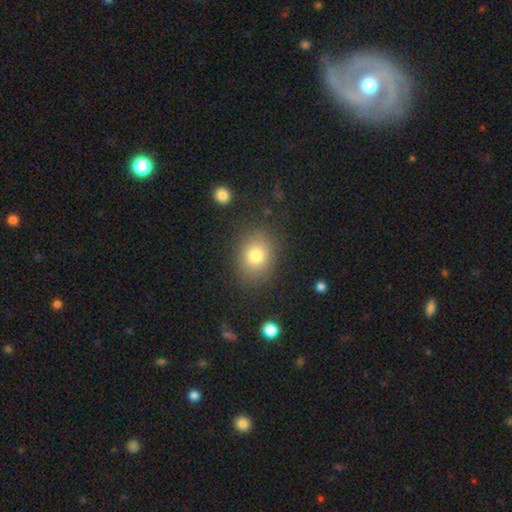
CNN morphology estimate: Smooth or featured?
  - smooth: 79% *
  - star or artifact: 11%
  - featured or disk: 10%
How rounded?
  - round: 54% *
  - in between: 45%
  - cigar-shaped: 1%
Merging?
  - none: 83% *
  - minor disturbance: 11%
  - major disturbance: 4%
  - merger: 2%